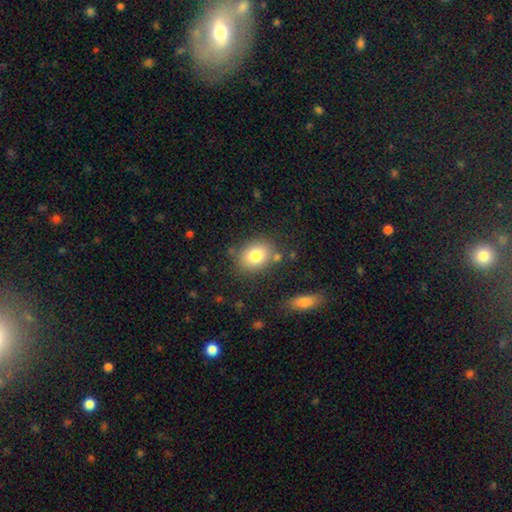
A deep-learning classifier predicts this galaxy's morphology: Smooth or featured? smooth (81%)
How rounded? in between (61%)
Merging? none (77%)